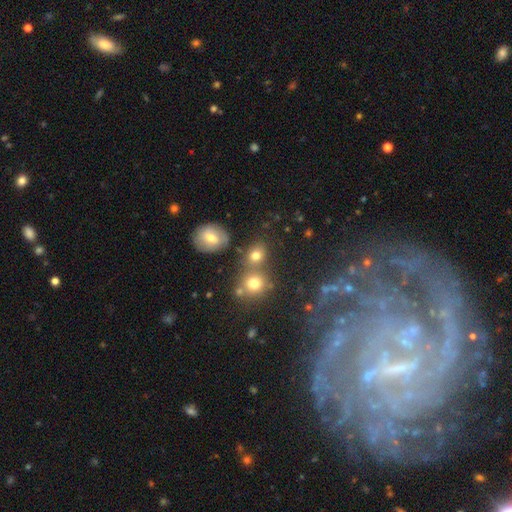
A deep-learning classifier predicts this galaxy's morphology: Overall: smooth (75%). How rounded: round (64%; in between 35%). Merging: none (59%; merger 26%).